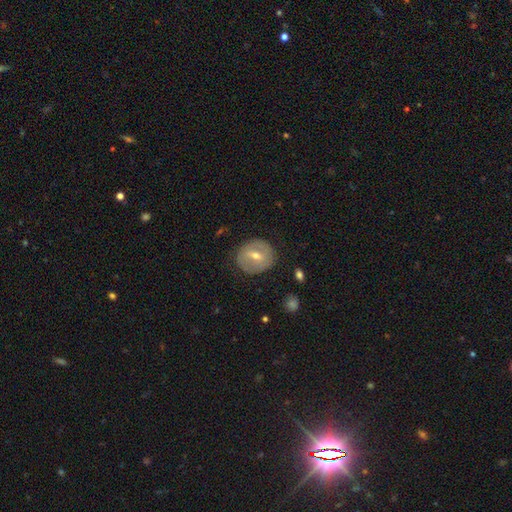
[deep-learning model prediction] Overall: featured or disk (56%; smooth 36%). Edge-on disk: no (94%). Bar: weak (47%; strong 33%). Spiral arms: no (57%; yes 43%). Bulge size: moderate (59%; small 37%). Merging: none (81%).